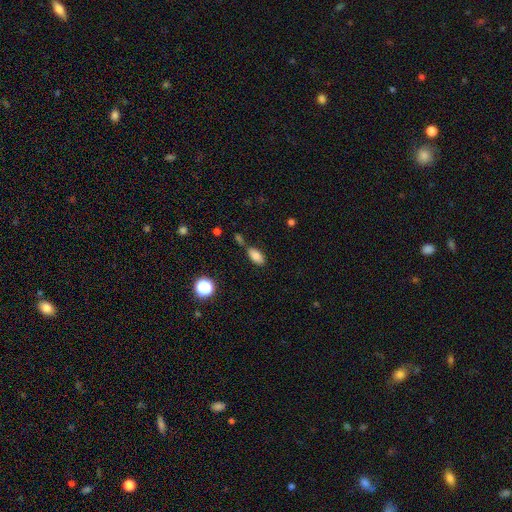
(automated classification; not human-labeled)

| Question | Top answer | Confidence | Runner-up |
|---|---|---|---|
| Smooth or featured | smooth | 79% | star or artifact (11%) |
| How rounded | in between | 90% | cigar-shaped (5%) |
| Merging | none | 65% | minor disturbance (17%) |